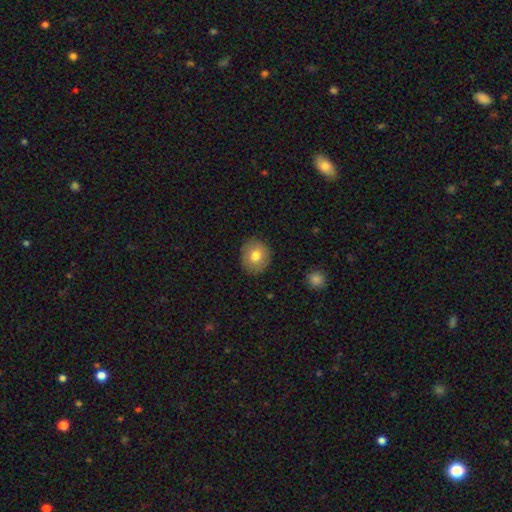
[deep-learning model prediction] Smooth or featured? smooth (73%)
How rounded? round (79%)
Merging? none (86%)